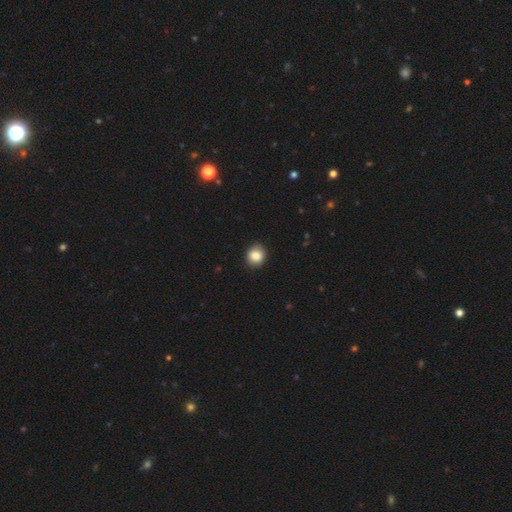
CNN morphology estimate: A smooth galaxy with no disk features (85%) that is round (76%).

Vote fractions:
- Smooth or featured? smooth: 85% / star or artifact: 9% / featured or disk: 6%
- How rounded? round: 76% / in between: 23% / cigar-shaped: 1%
- Merging? none: 87% / minor disturbance: 10% / major disturbance: 2% / merger: 1%